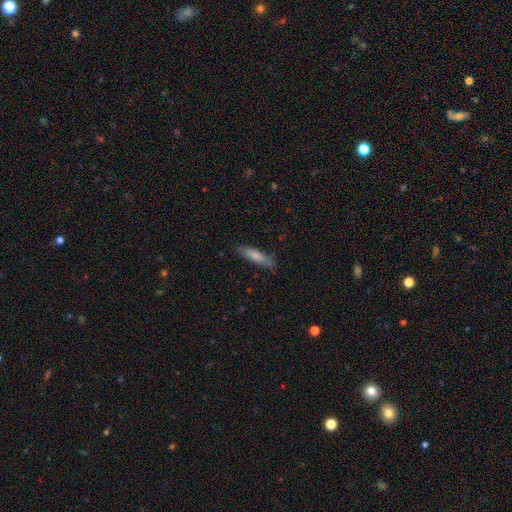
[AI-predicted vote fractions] A smooth galaxy with no disk features (77%) that is cigar-shaped (78%).

Vote fractions:
- Smooth or featured? smooth: 77% / featured or disk: 17% / star or artifact: 6%
- How rounded? cigar-shaped: 78% / in between: 21% / round: 1%
- Merging? none: 82% / minor disturbance: 14% / major disturbance: 3% / merger: 1%